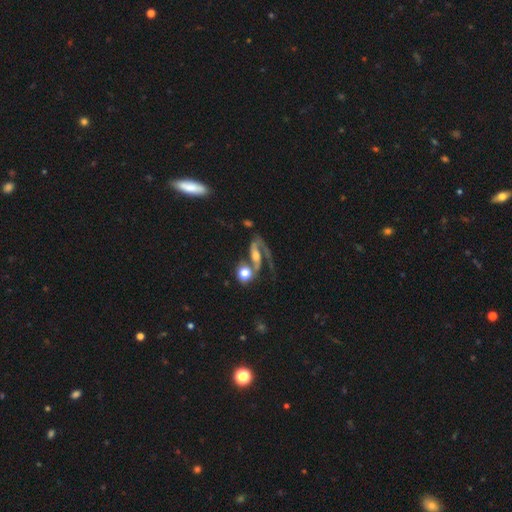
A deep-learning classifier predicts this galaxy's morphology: Smooth or featured? featured or disk (74%)
Edge-on disk? no (93%)
Bar? no (44%)
Spiral arms? yes (89%)
Spiral winding? loose (46%)
Spiral arm count? 2 (54%)
Bulge size? moderate (49%)
Merging? merger (34%)